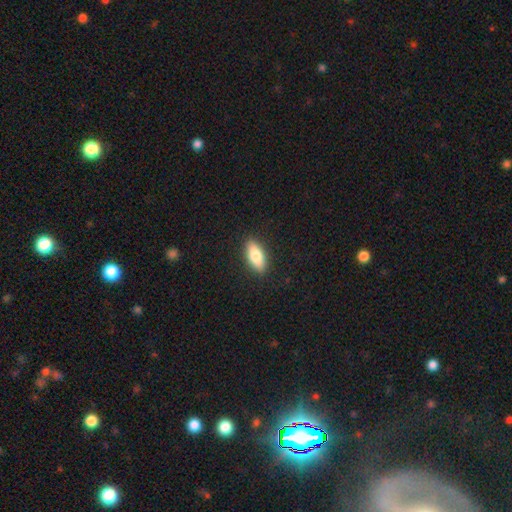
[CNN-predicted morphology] Q: Smooth or featured?
A: smooth (76%); runner-up: featured or disk (18%)
Q: How rounded?
A: in between (76%); runner-up: cigar-shaped (21%)
Q: Merging?
A: none (90%); runner-up: minor disturbance (7%)